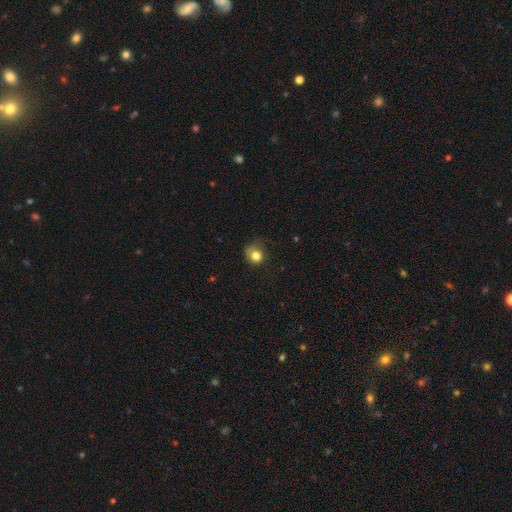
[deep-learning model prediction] A smooth galaxy with no disk features (81%) that is round (77%).

Vote fractions:
- Smooth or featured? smooth: 81% / star or artifact: 11% / featured or disk: 8%
- How rounded? round: 77% / in between: 22% / cigar-shaped: 1%
- Merging? none: 54% / minor disturbance: 30% / major disturbance: 14% / merger: 2%